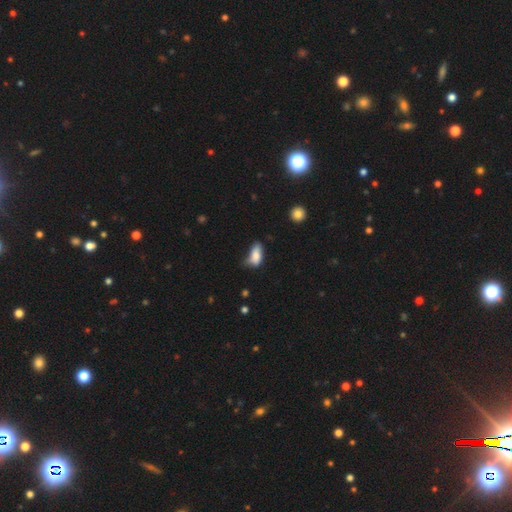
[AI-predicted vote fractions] smooth-or-featured: smooth: 79% | featured or disk: 12% | star or artifact: 8%
  how-rounded: in between: 88% | cigar-shaped: 8% | round: 4%
  merging: minor disturbance: 43% | none: 34% | major disturbance: 19% | merger: 4%